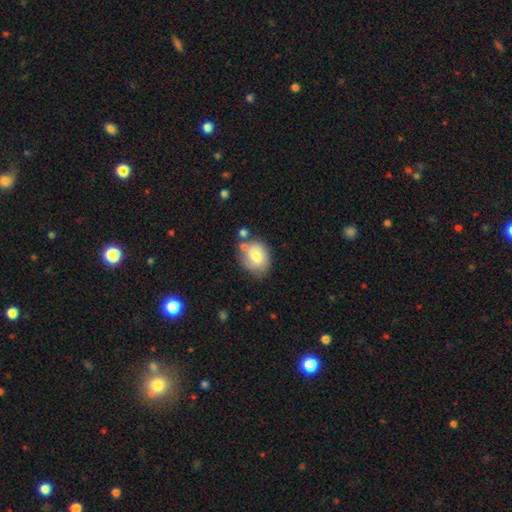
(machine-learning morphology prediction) This is likely a smooth galaxy (67%). How rounded: possibly in between (59%). Merging: possibly none (59%).